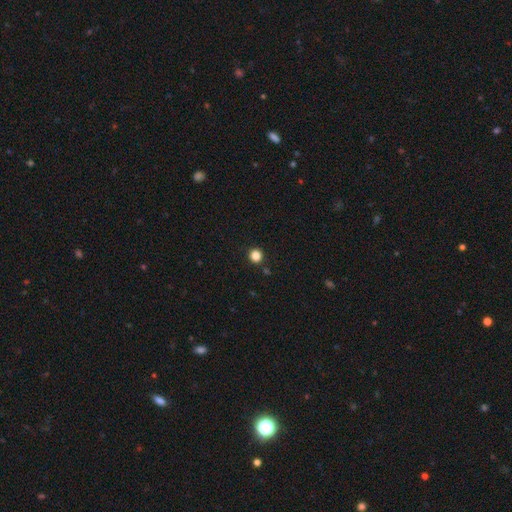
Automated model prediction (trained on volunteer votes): The model was most divided on "smooth or featured": smooth: 83%, star or artifact: 13%, featured or disk: 4%. More confident: how rounded — round (94%); merging — none (91%).